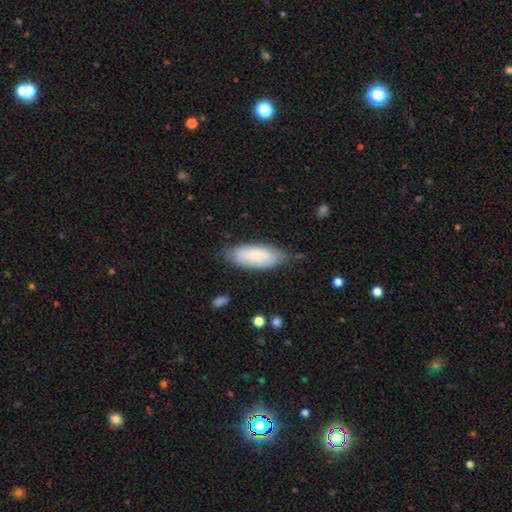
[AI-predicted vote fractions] smooth-or-featured: smooth: 78% | featured or disk: 16% | star or artifact: 6%
  how-rounded: in between: 79% | cigar-shaped: 19% | round: 2%
  merging: none: 64% | minor disturbance: 28% | major disturbance: 6% | merger: 2%